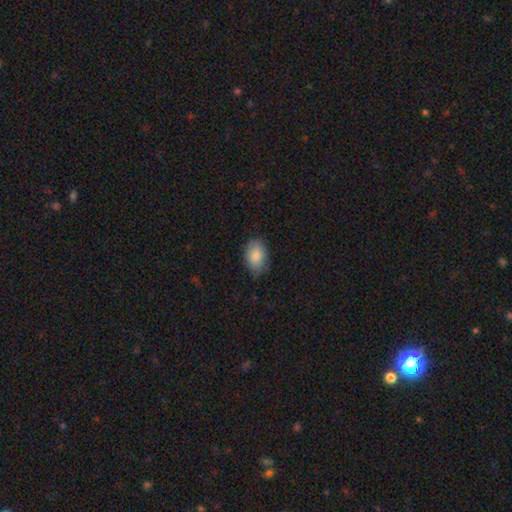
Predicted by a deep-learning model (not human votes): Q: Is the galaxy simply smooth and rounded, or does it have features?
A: smooth — 84%.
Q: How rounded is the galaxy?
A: in between — 86%.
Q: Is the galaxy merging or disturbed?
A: none — 77%.